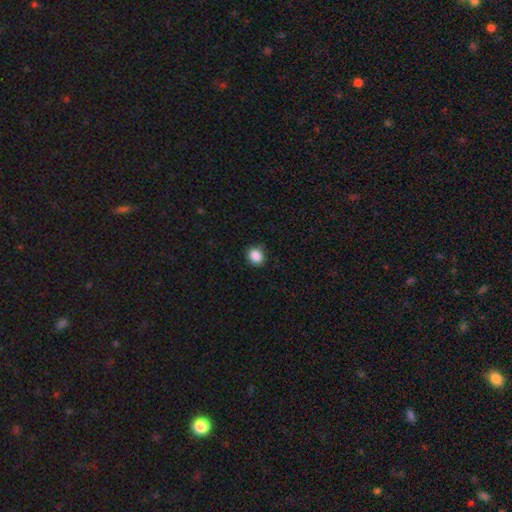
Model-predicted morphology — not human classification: Smooth or featured?
  - smooth: 88% *
  - star or artifact: 9%
  - featured or disk: 3%
How rounded?
  - round: 69% *
  - in between: 30%
  - cigar-shaped: 1%
Merging?
  - none: 86% *
  - minor disturbance: 11%
  - major disturbance: 2%
  - merger: 1%